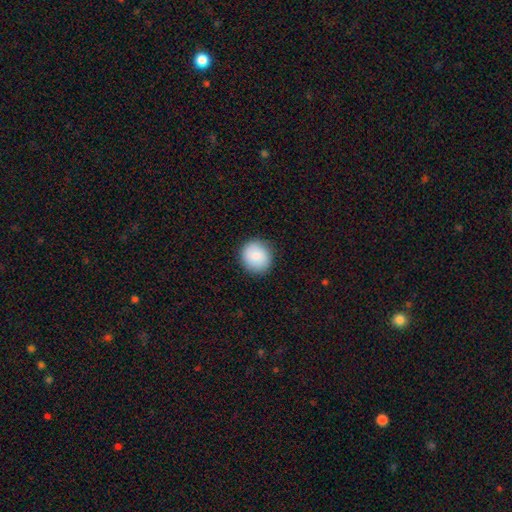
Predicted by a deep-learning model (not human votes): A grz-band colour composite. It shows a smooth galaxy with no disk features (85%) that is round (88%). Merging: none (89%).